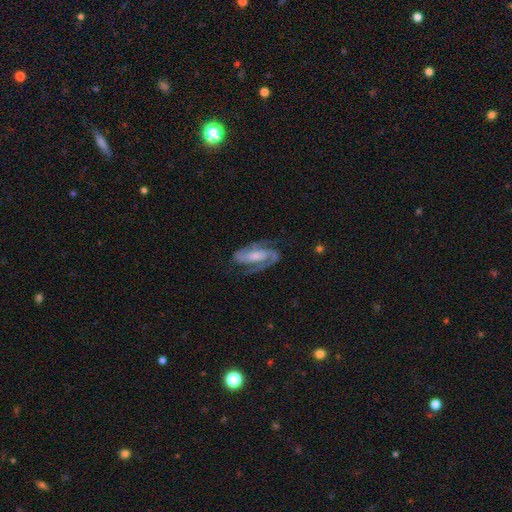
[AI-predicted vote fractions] This appears to be a featured or disk galaxy (89%) with no bar (35%), 2 (91%) medium (48%) spiral arms (98%) and a small central bulge (49%). Merging: none (76%).